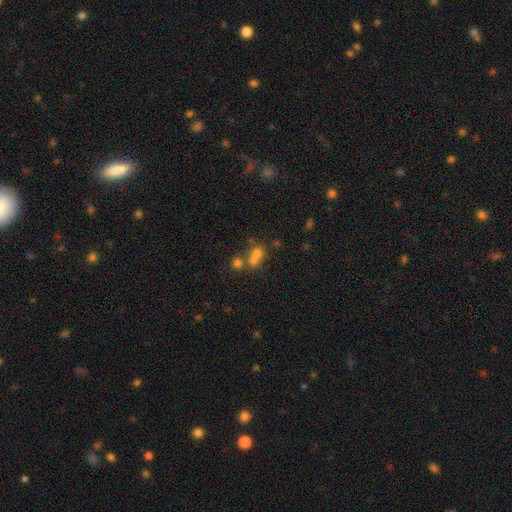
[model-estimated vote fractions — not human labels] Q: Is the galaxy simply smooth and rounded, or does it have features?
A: smooth — 63%.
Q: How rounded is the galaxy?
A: round — 78%.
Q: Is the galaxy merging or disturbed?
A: merger — 55%.